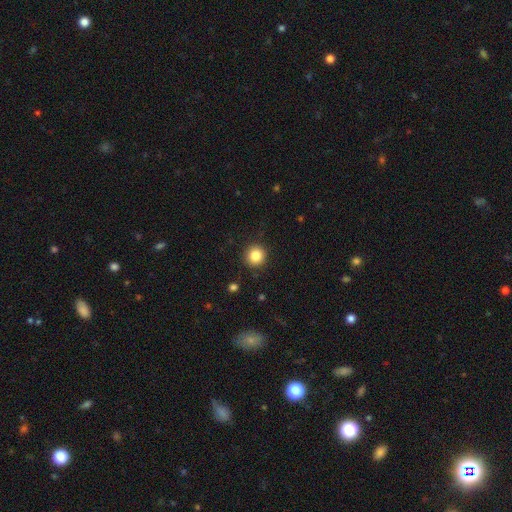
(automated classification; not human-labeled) This appears to be a smooth galaxy with no disk features (84%) that is round (94%). Merging: none (91%).